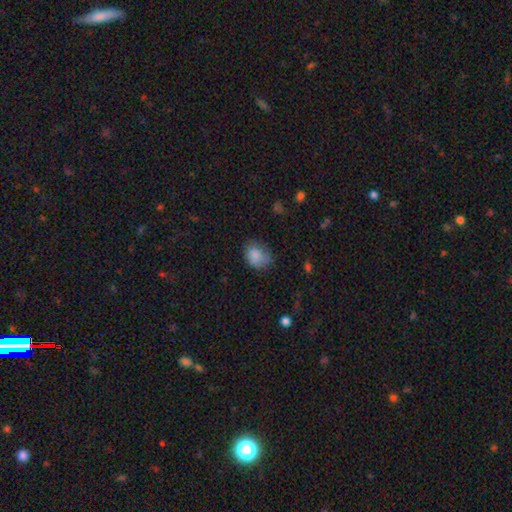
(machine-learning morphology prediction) A smooth galaxy with no disk features (83%) that is in between round and cigar-shaped (54%).

Vote fractions:
- Smooth or featured? smooth: 83% / star or artifact: 9% / featured or disk: 8%
- How rounded? in between: 54% / round: 45% / cigar-shaped: 1%
- Merging? none: 58% / minor disturbance: 30% / major disturbance: 10% / merger: 2%